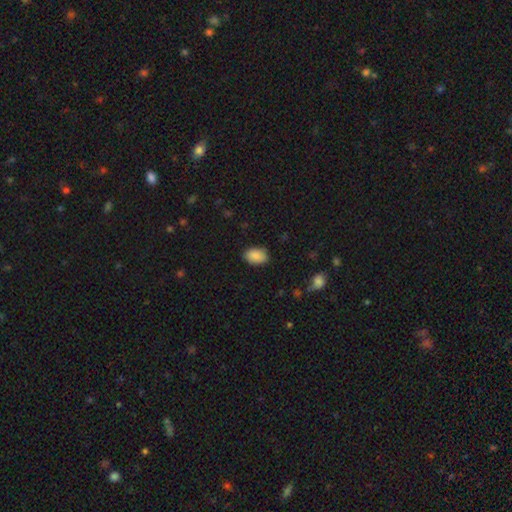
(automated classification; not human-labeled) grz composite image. It shows a smooth galaxy with no disk features (88%) that is in between round and cigar-shaped (88%). Merging: none (83%).